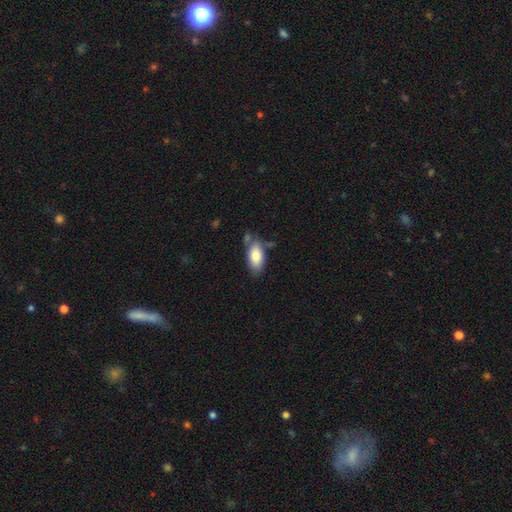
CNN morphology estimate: Q: Smooth or featured?
A: smooth (79%); runner-up: featured or disk (14%)
Q: How rounded?
A: in between (91%); runner-up: cigar-shaped (6%)
Q: Merging?
A: none (60%); runner-up: minor disturbance (22%)